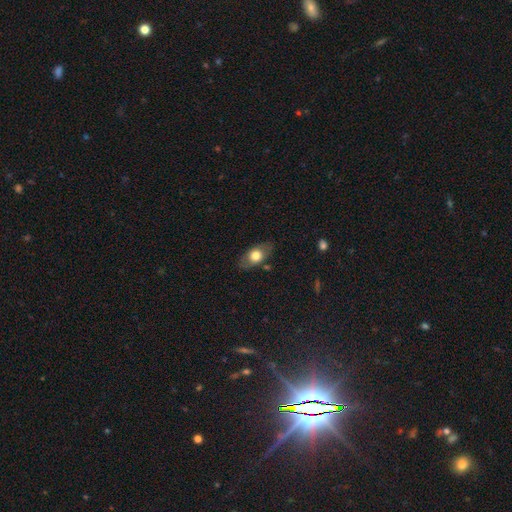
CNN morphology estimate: A smooth galaxy with no disk features (60%) that is in between round and cigar-shaped (83%). Merging: none (78%).